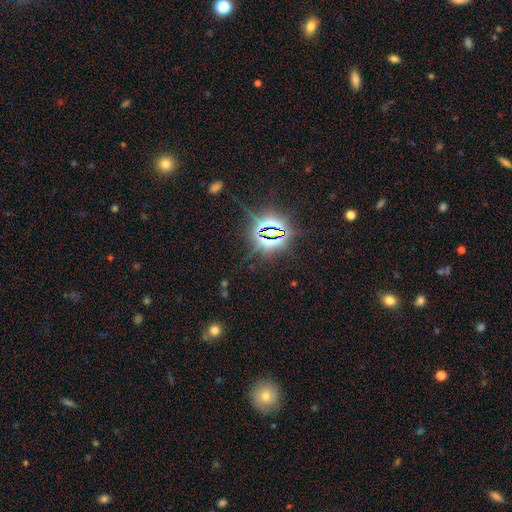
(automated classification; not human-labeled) smooth-or-featured: star or artifact: 80% | smooth: 12% | featured or disk: 8%